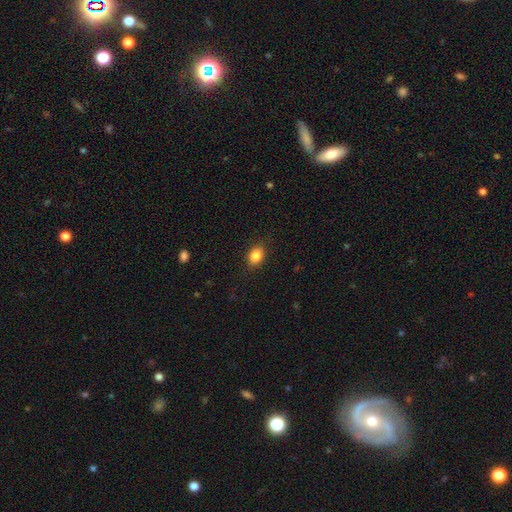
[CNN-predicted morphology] smooth-or-featured: smooth: 84% | star or artifact: 9% | featured or disk: 7%
  how-rounded: in between: 70% | round: 29% | cigar-shaped: 1%
  merging: none: 86% | minor disturbance: 10% | major disturbance: 3% | merger: 1%